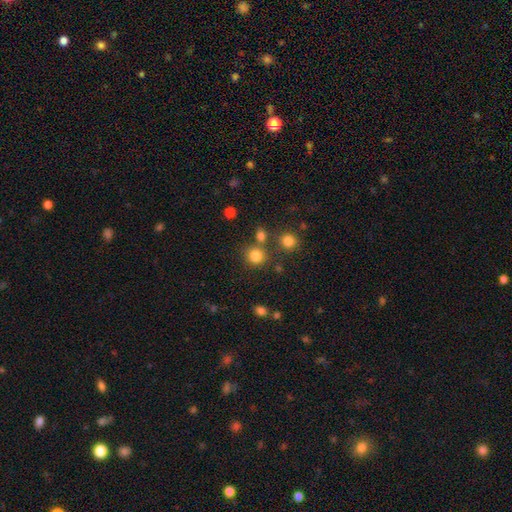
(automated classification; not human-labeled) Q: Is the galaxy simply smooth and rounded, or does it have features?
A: smooth — 81%.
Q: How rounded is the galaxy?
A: round — 86%.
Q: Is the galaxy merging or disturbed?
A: none — 72%.